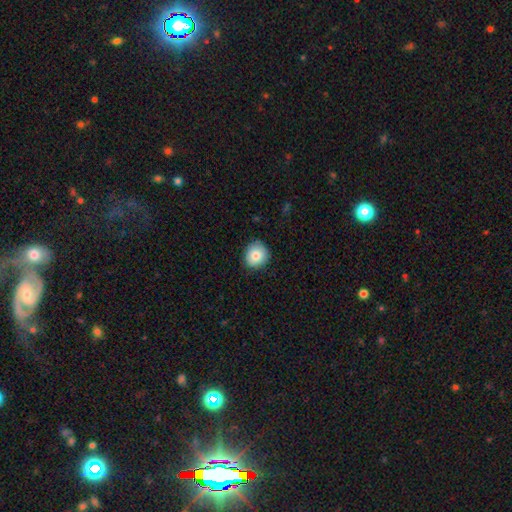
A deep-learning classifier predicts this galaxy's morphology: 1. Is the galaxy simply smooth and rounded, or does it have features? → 81% smooth, 10% featured or disk, 8% star or artifact.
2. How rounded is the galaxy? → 85% round, 15% in between, 1% cigar-shaped.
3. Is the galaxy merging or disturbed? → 83% none, 14% minor disturbance, 2% major disturbance, 1% merger.